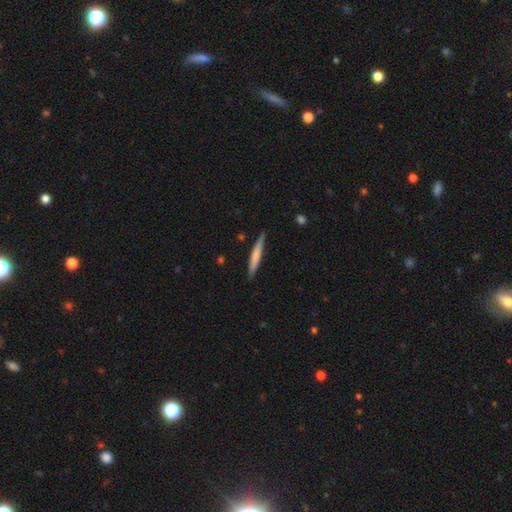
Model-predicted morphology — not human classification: smooth-or-featured: smooth: 66% | featured or disk: 29% | star or artifact: 5%
  how-rounded: cigar-shaped: 95% | in between: 4% | round: 1%
  merging: none: 83% | minor disturbance: 13% | major disturbance: 2% | merger: 2%